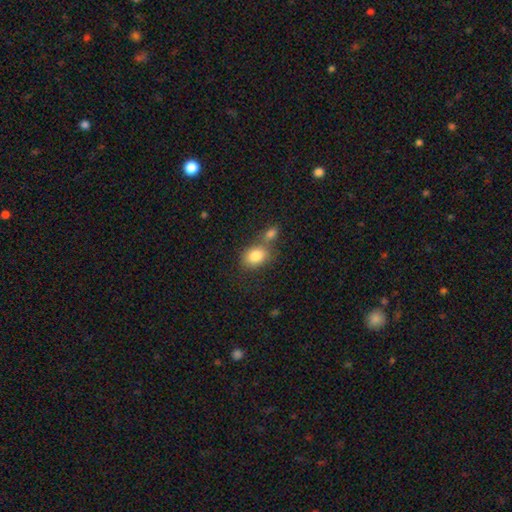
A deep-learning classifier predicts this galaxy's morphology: This appears to be a smooth galaxy with no disk features (83%) that is in between round and cigar-shaped (67%). Merging: none (49%).